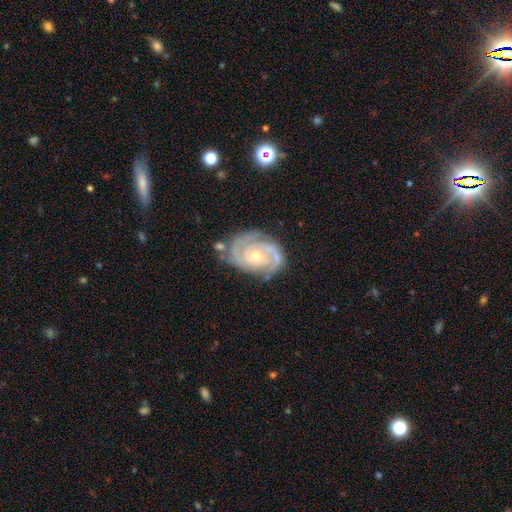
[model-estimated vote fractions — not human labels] featured or disk 91%, star or artifact 5%, smooth 4%. Down the decision tree: edge-on disk — no (97%); bar — no (70%); spiral arms — yes (98%); spiral arm count — 2 (59%); spiral winding — tight (71%); bulge size — small (61%); merging — none (73%).